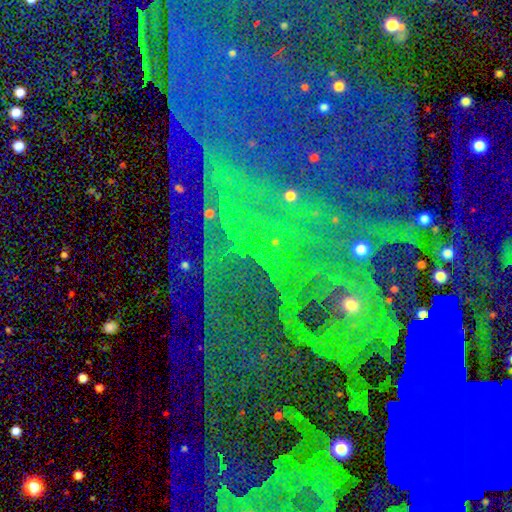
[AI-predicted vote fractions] star or artifact 84%, featured or disk 9%, smooth 7%.